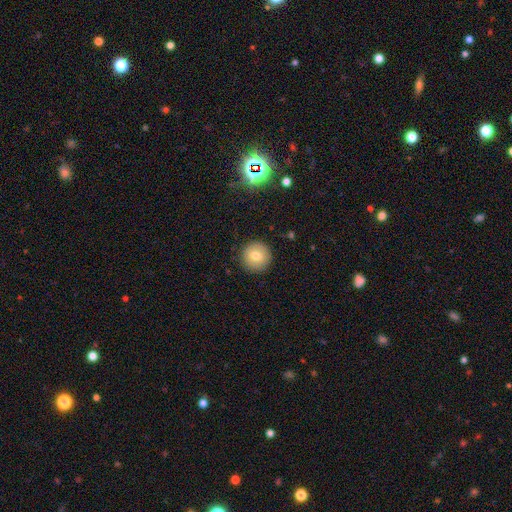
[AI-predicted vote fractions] The model was most divided on "smooth or featured": smooth: 76%, featured or disk: 15%, star or artifact: 9%. More confident: how rounded — round (95%); merging — none (91%).